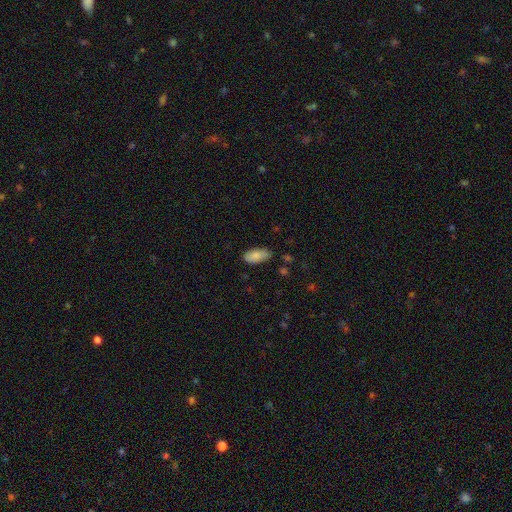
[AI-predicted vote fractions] A smooth galaxy with no disk features (84%) that is in between round and cigar-shaped (91%).

Vote fractions:
- Smooth or featured? smooth: 84% / featured or disk: 9% / star or artifact: 7%
- How rounded? in between: 91% / cigar-shaped: 7% / round: 2%
- Merging? none: 75% / minor disturbance: 20% / major disturbance: 3% / merger: 2%